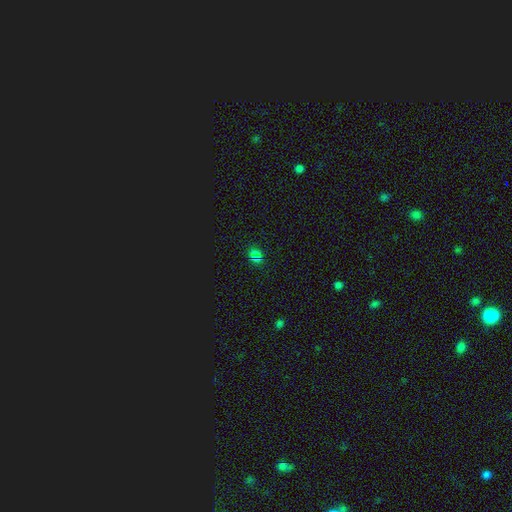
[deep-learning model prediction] Smooth or featured: smooth — 53% (star or artifact — 40%)
How rounded: in between — 53% (round — 45%)
Merging: none — 79% (minor disturbance — 12%)